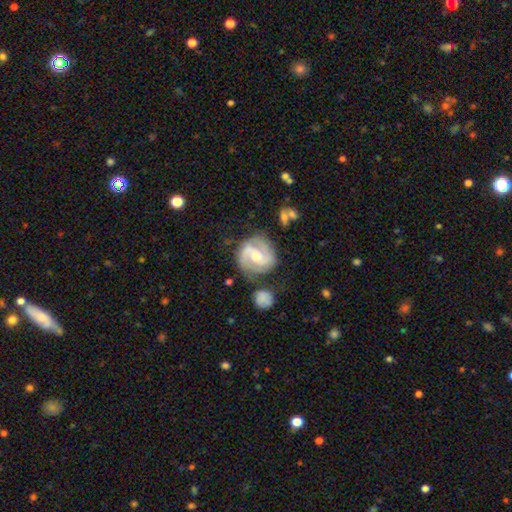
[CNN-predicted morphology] This appears to be a featured or disk galaxy (85%) with a weak bar (47%), 2 (85%) medium (51%) spiral arms (97%) and a moderate central bulge (55%). Merging: none (69%).